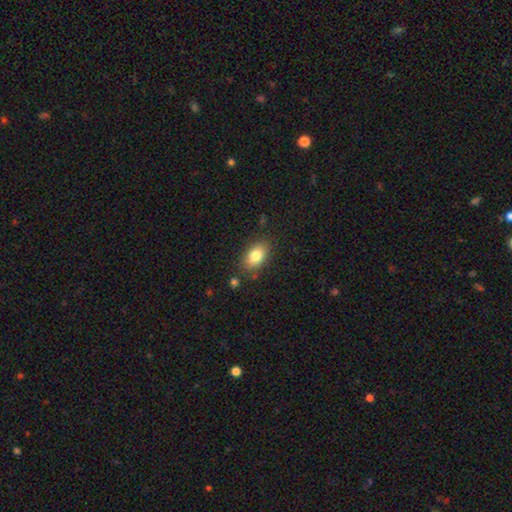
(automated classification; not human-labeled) smooth 81%, featured or disk 11%, star or artifact 8%. Down the decision tree: how rounded — in between (87%); merging — none (81%).